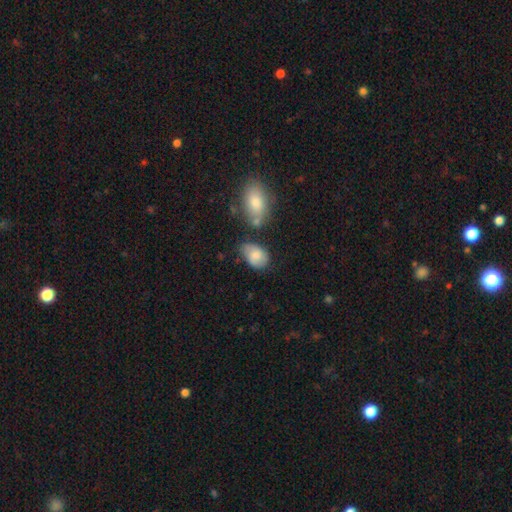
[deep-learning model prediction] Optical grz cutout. It shows a smooth galaxy with no disk features (77%) that is in between round and cigar-shaped (81%). Merging: none (49%).